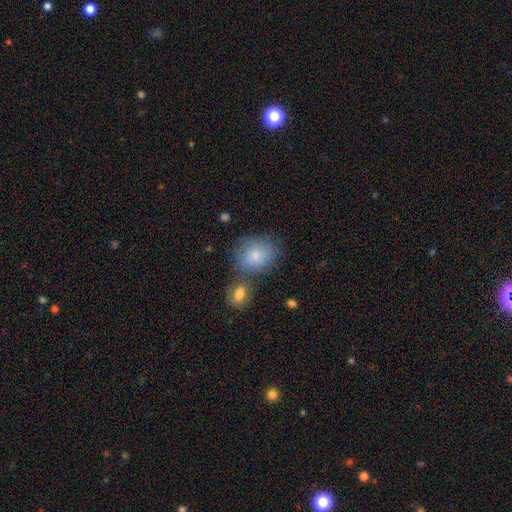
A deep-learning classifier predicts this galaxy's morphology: The model was most divided on "how rounded": round: 65%, in between: 34%, cigar-shaped: 1%. More confident: smooth or featured — smooth (81%); merging — none (57%).